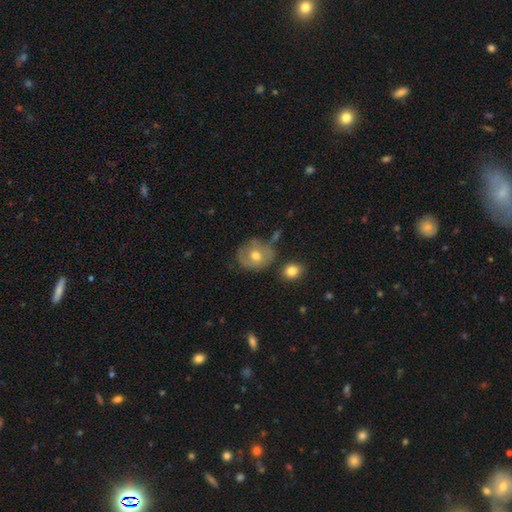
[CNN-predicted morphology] This appears to be a smooth galaxy with no disk features (56%) that is round (75%). Merging: none (61%).